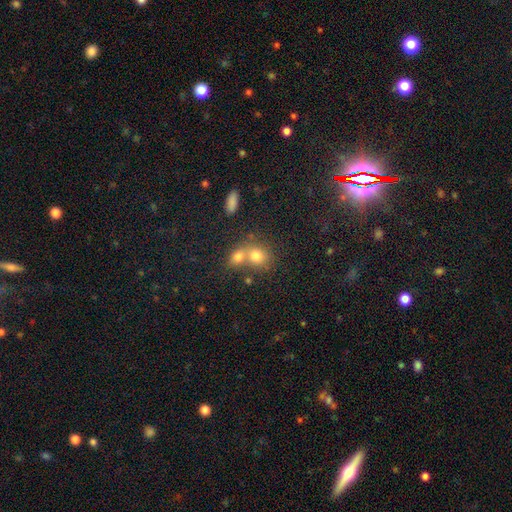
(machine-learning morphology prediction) Smooth or featured? Predicted: smooth (p=0.74). How rounded? Predicted: round (p=0.64). Merging? Predicted: merger (p=0.56).